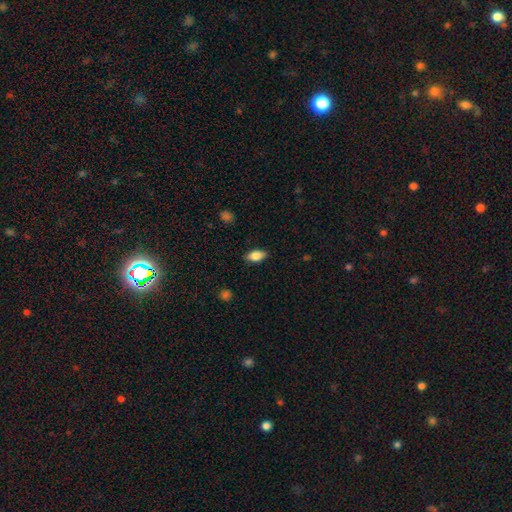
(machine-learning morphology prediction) smooth_or_featured: smooth (p=0.84) [alt: featured or disk p=0.08]
how_rounded: in between (p=0.90) [alt: cigar-shaped p=0.05]
merging: none (p=0.87) [alt: minor disturbance p=0.10]